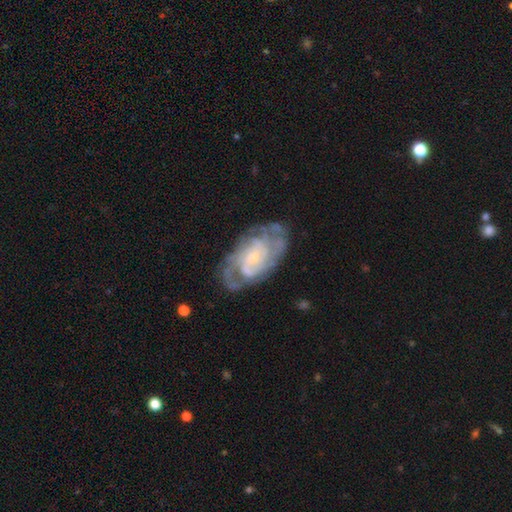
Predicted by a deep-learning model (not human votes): This is clearly a featured or disk galaxy (82%). It is clearly not viewed edge-on (95%). Bar: likely no (67%). Spiral arm pattern: clearly yes (92%). Spiral arm count: marginally can't tell (35%). Spiral winding: likely tight (62%). Central bulge: likely small (67%). Merging: likely none (74%).